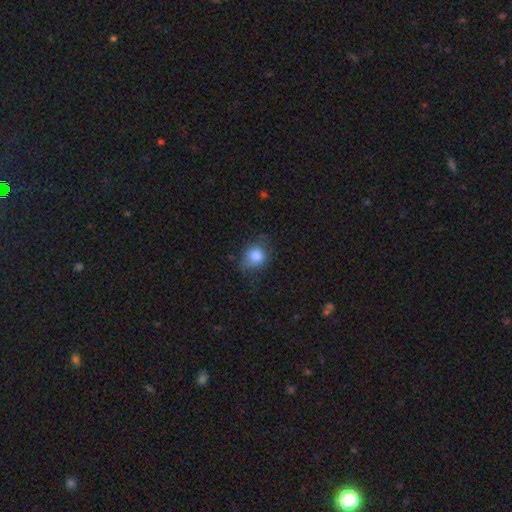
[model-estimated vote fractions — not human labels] smooth 83%, star or artifact 9%, featured or disk 7%. Down the decision tree: how rounded — round (60%); merging — none (59%).